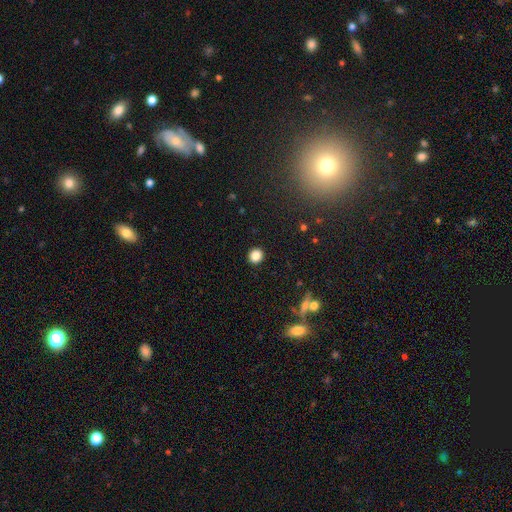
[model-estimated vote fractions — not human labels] smooth-or-featured: smooth: 85% | star or artifact: 11% | featured or disk: 4%
  how-rounded: round: 89% | in between: 10% | cigar-shaped: 1%
  merging: none: 92% | minor disturbance: 5% | major disturbance: 2% | merger: 1%